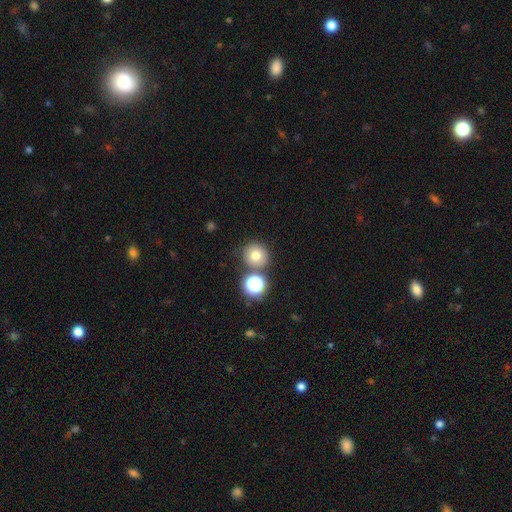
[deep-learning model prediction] Overall: smooth (75%). How rounded: round (90%). Merging: none (74%).